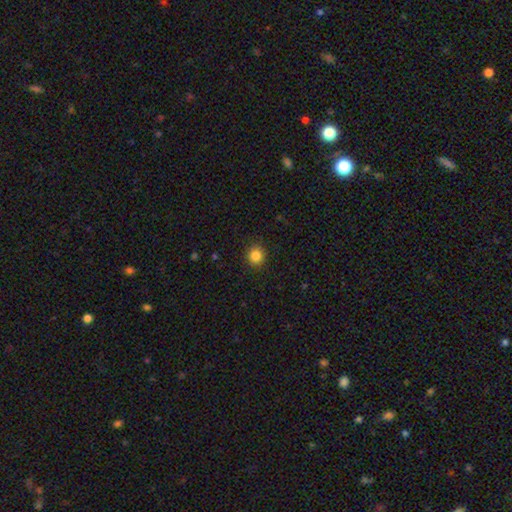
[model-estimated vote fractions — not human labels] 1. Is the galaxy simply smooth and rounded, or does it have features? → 85% smooth, 11% star or artifact, 4% featured or disk.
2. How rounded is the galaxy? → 87% round, 12% in between, 1% cigar-shaped.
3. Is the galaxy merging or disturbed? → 91% none, 6% minor disturbance, 2% major disturbance, 1% merger.